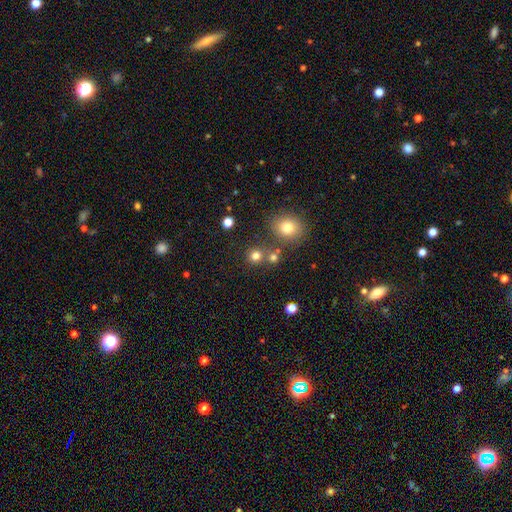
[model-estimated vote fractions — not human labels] Overall: smooth (77%). How rounded: round (89%). Merging: none (70%).